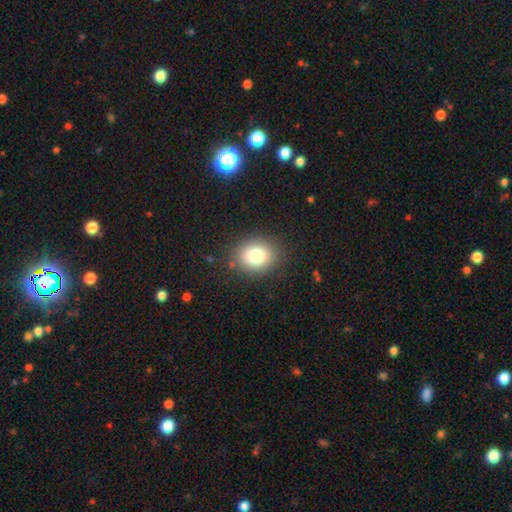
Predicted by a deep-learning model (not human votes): smooth-or-featured: smooth: 79% | star or artifact: 12% | featured or disk: 9%
  how-rounded: round: 63% | in between: 36% | cigar-shaped: 1%
  merging: none: 86% | minor disturbance: 9% | major disturbance: 3% | merger: 1%